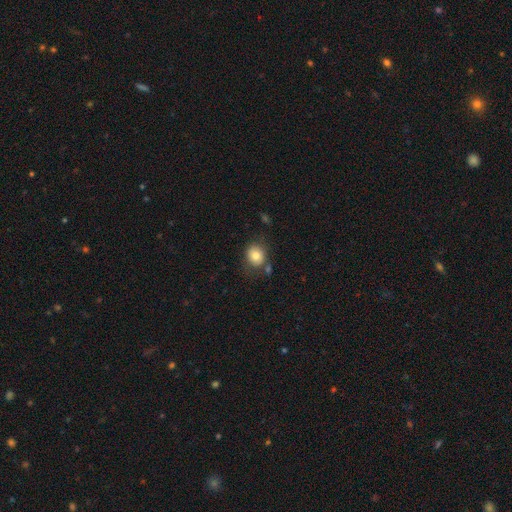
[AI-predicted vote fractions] smooth_or_featured: smooth (p=0.77) [alt: featured or disk p=0.13]
how_rounded: round (p=0.72) [alt: in between p=0.27]
merging: none (p=0.69) [alt: minor disturbance p=0.17]